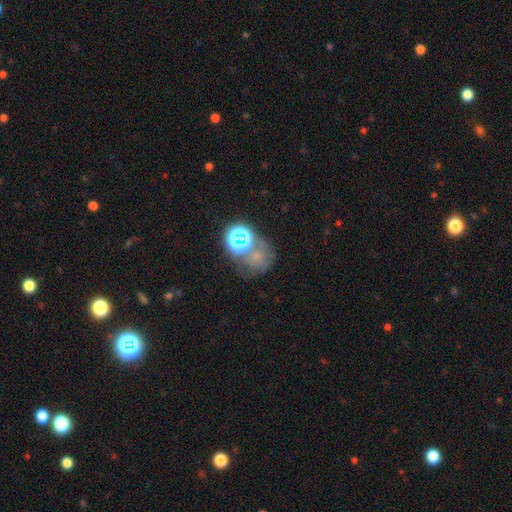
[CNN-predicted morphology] Smooth or featured? Predicted: star or artifact (p=0.40).